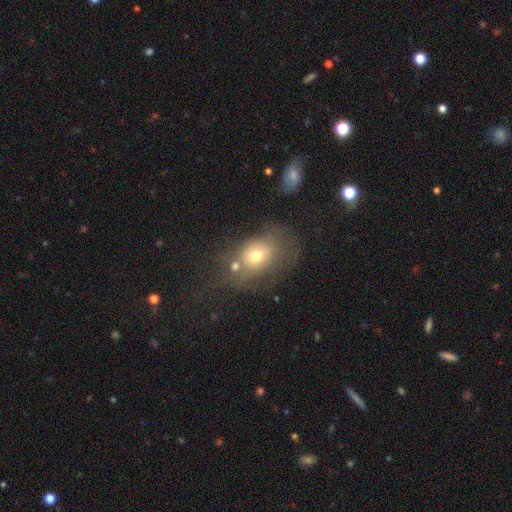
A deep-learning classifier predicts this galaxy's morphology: smooth-or-featured: smooth: 67% | featured or disk: 21% | star or artifact: 12%
  how-rounded: in between: 66% | round: 32% | cigar-shaped: 2%
  merging: none: 39% | minor disturbance: 21% | major disturbance: 20% | merger: 19%